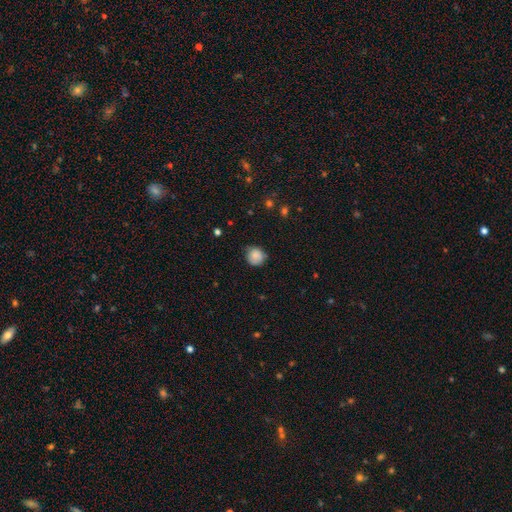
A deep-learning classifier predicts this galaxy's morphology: Q: Smooth or featured?
A: smooth (83%); runner-up: star or artifact (9%)
Q: How rounded?
A: round (86%); runner-up: in between (13%)
Q: Merging?
A: none (67%); runner-up: minor disturbance (26%)